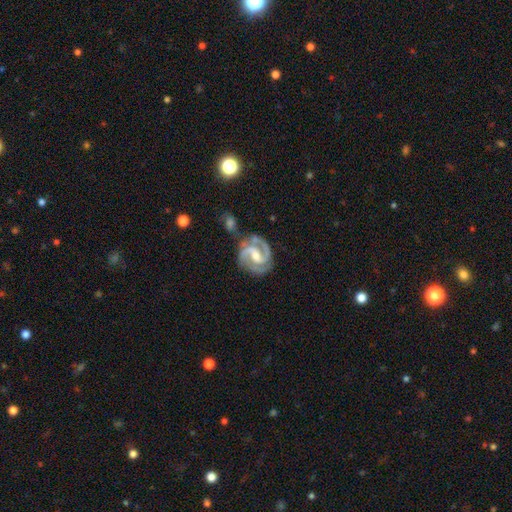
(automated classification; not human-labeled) Morphology: type=featured or disk (92%); edge-on=no (98%); bar=weak (46%); spiral arms=yes (98%); winding=medium (54%); arm count=2 (85%); bulge=moderate (55%); merging=none (63%).